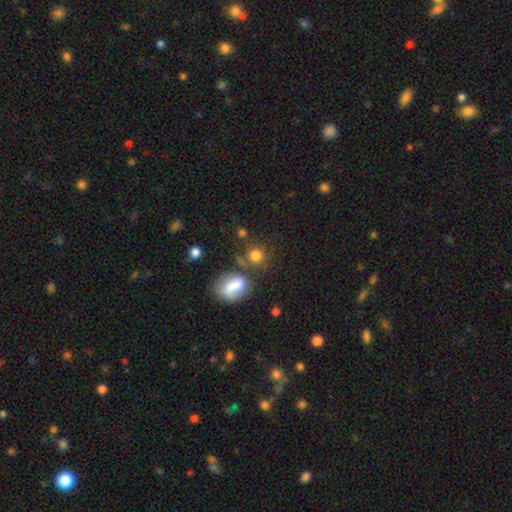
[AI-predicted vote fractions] Smooth or featured?
  - smooth: 79% *
  - star or artifact: 13%
  - featured or disk: 8%
How rounded?
  - round: 81% *
  - in between: 18%
  - cigar-shaped: 2%
Merging?
  - none: 64% *
  - merger: 15%
  - minor disturbance: 14%
  - major disturbance: 7%